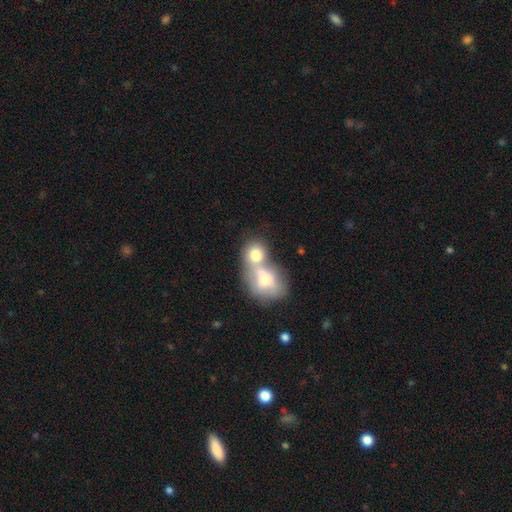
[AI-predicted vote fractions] smooth 59%, featured or disk 26%, star or artifact 15%. Down the decision tree: how rounded — round (58%); merging — merger (65%).